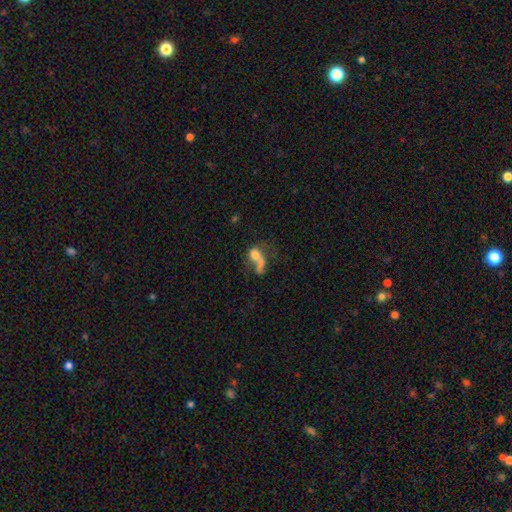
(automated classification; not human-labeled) This is possibly a smooth galaxy (52%). How rounded: likely in between (61%). Merging: marginally merger (41%).